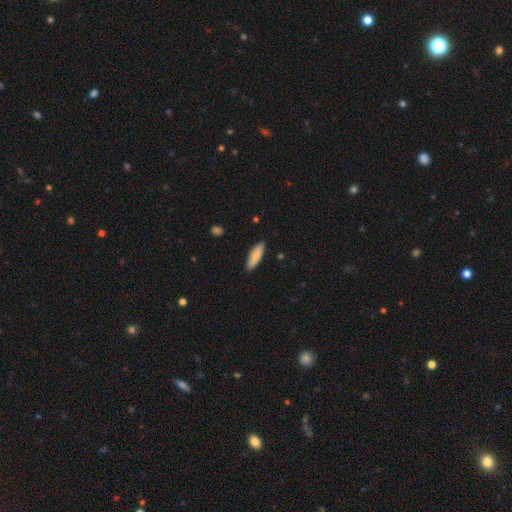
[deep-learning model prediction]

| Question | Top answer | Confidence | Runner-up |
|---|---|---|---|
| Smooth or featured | smooth | 82% | featured or disk (12%) |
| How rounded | cigar-shaped | 49% | tied: in between (49%) |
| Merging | none | 88% | minor disturbance (9%) |